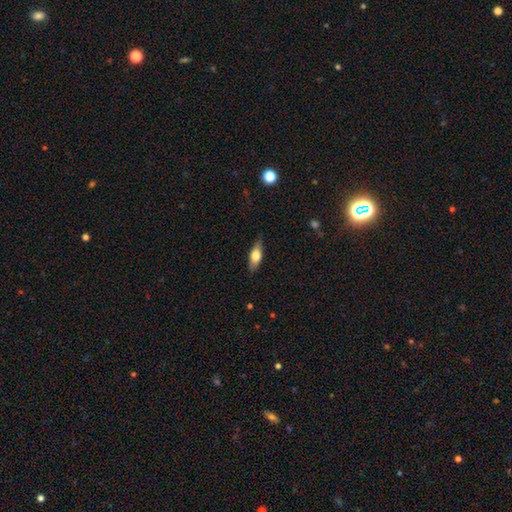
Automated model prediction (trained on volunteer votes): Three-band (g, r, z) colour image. It shows a smooth galaxy with no disk features (63%) that is in between round and cigar-shaped (68%). Merging: none (81%).